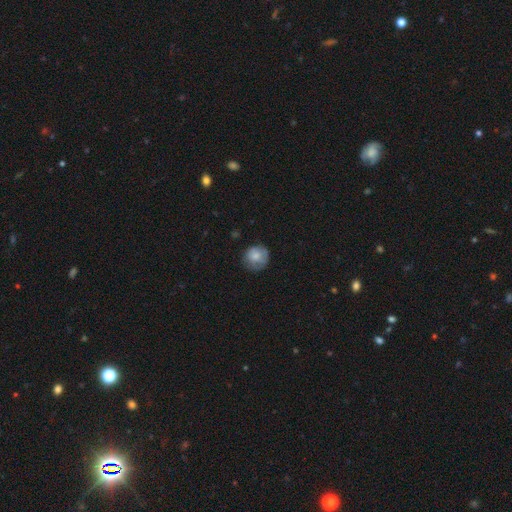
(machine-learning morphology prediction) A smooth galaxy with no disk features (78%) that is round (89%).

Vote fractions:
- Smooth or featured? smooth: 78% / featured or disk: 14% / star or artifact: 7%
- How rounded? round: 89% / in between: 10% / cigar-shaped: 1%
- Merging? none: 71% / minor disturbance: 22% / major disturbance: 6% / merger: 1%